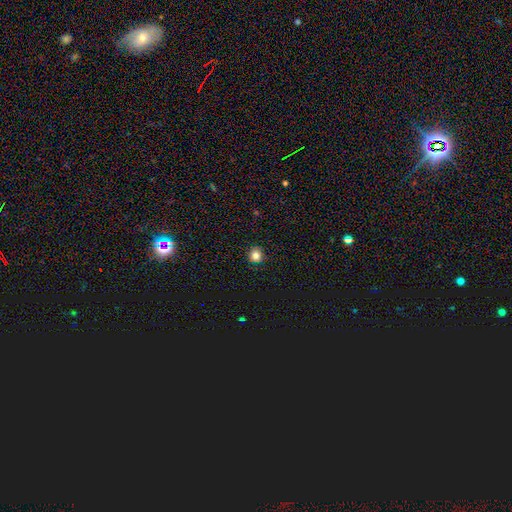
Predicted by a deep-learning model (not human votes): A smooth galaxy with no disk features (82%) that is round (88%).

Vote fractions:
- Smooth or featured? smooth: 82% / star or artifact: 13% / featured or disk: 6%
- How rounded? round: 88% / in between: 11% / cigar-shaped: 1%
- Merging? none: 89% / minor disturbance: 8% / major disturbance: 2% / merger: 1%